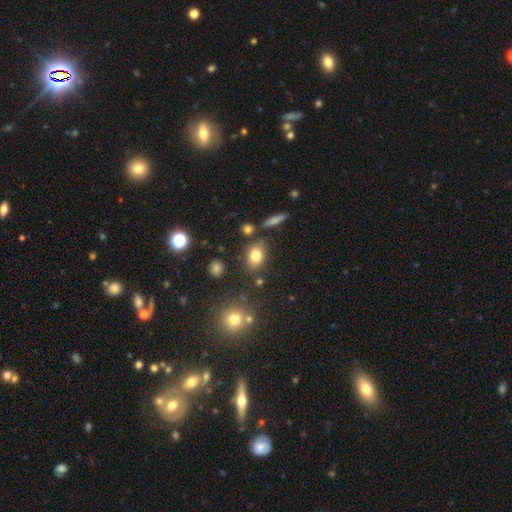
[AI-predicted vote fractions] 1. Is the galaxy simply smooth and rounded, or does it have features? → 78% smooth, 12% star or artifact, 10% featured or disk.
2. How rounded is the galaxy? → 70% in between, 28% round, 2% cigar-shaped.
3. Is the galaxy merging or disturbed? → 77% none, 12% minor disturbance, 7% merger, 4% major disturbance.